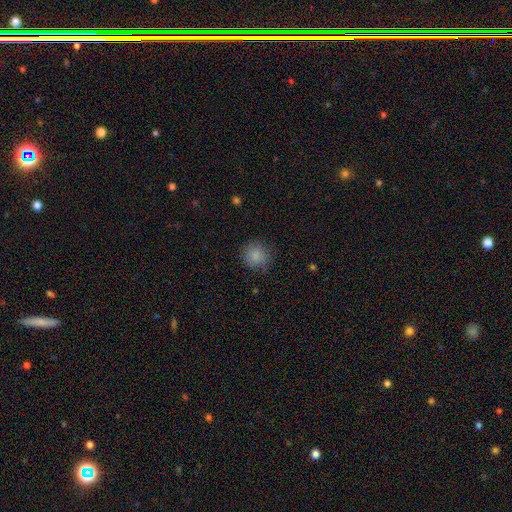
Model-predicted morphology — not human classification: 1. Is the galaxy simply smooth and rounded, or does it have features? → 85% smooth, 10% star or artifact, 6% featured or disk.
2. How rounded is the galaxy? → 90% round, 9% in between, 1% cigar-shaped.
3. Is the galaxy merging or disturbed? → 80% none, 15% minor disturbance, 4% major disturbance, 1% merger.